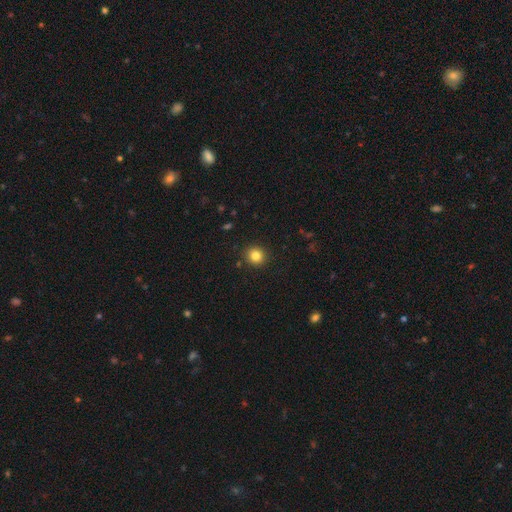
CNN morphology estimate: smooth 83%, star or artifact 12%, featured or disk 6%. Down the decision tree: how rounded — round (88%); merging — none (90%).